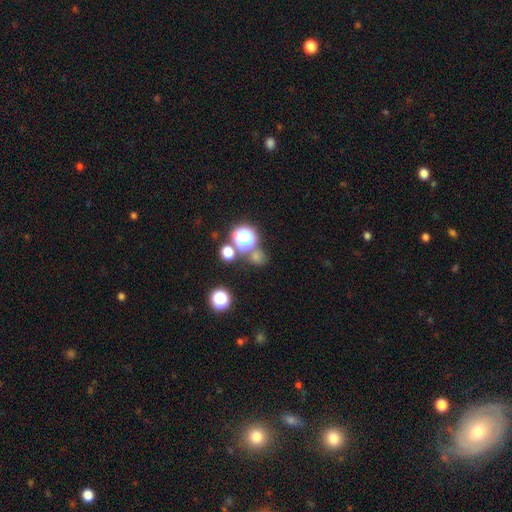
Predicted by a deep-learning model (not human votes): Morphology: type=star or artifact (51%).